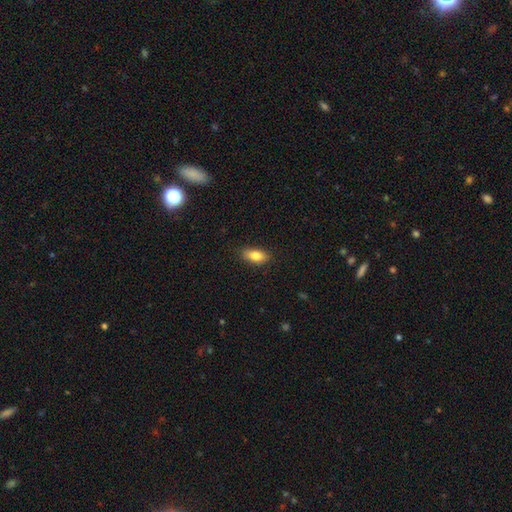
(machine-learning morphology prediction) Smooth or featured? smooth (83%)
How rounded? in between (86%)
Merging? none (83%)